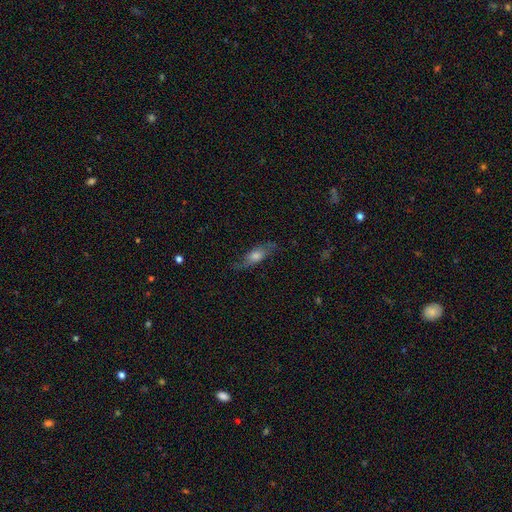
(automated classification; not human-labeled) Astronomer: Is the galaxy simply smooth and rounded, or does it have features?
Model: featured or disk — 50% (runner-up: smooth, 40%).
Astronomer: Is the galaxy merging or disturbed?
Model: none — 69%.